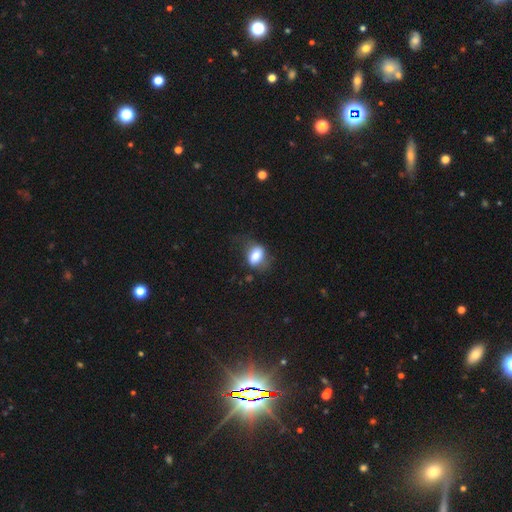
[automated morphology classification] smooth_or_featured: smooth (p=0.75) [alt: featured or disk p=0.17]
how_rounded: in between (p=0.77) [alt: round p=0.20]
merging: none (p=0.52) [alt: minor disturbance p=0.29]